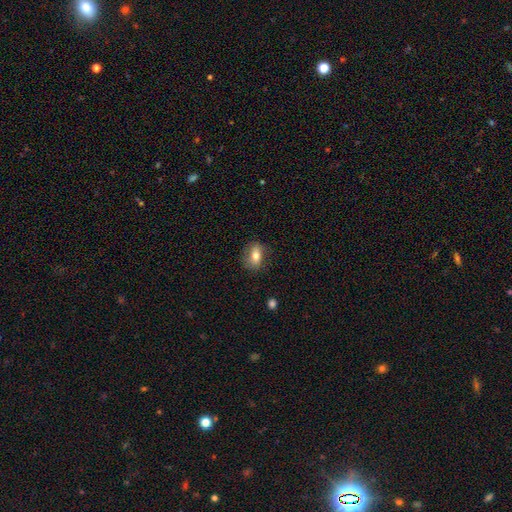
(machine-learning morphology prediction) Q: Smooth or featured?
A: smooth (67%); runner-up: featured or disk (25%)
Q: How rounded?
A: in between (69%); runner-up: round (27%)
Q: Merging?
A: none (77%); runner-up: minor disturbance (17%)